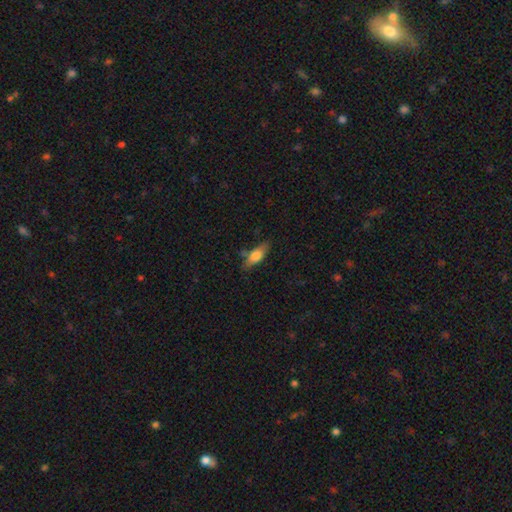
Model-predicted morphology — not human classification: This appears to be a smooth galaxy with no disk features (68%) that is in between round and cigar-shaped (64%). Merging: none (65%).